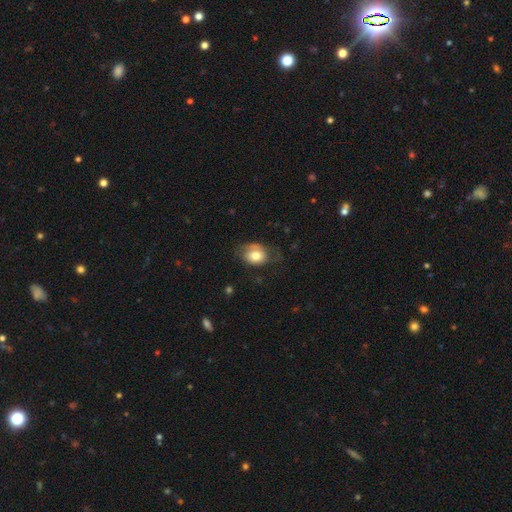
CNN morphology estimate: A smooth galaxy with no disk features (72%) that is in between round and cigar-shaped (63%).

Vote fractions:
- Smooth or featured? smooth: 72% / featured or disk: 20% / star or artifact: 8%
- How rounded? in between: 63% / round: 36% / cigar-shaped: 1%
- Merging? none: 48% / minor disturbance: 33% / major disturbance: 18% / merger: 2%